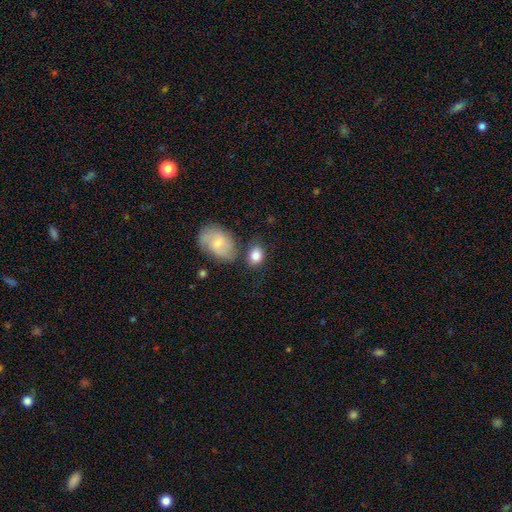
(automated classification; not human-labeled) A smooth galaxy with no disk features (84%) that is in between round and cigar-shaped (68%). Merging: none (63%).